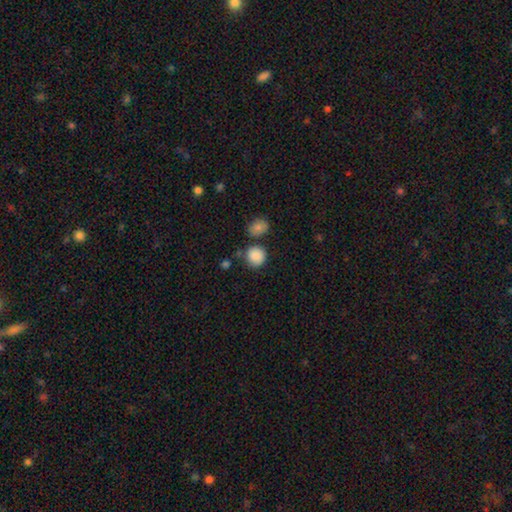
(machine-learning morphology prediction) Q: Smooth or featured?
A: smooth (87%); runner-up: star or artifact (9%)
Q: How rounded?
A: round (85%); runner-up: in between (14%)
Q: Merging?
A: none (73%); runner-up: minor disturbance (13%)